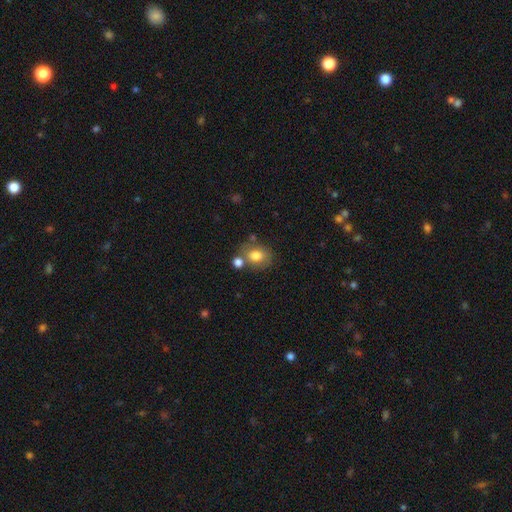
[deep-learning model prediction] The model was most divided on "how rounded": round: 50%, in between: 49%, cigar-shaped: 1%. More confident: smooth or featured — smooth (77%); merging — none (59%).